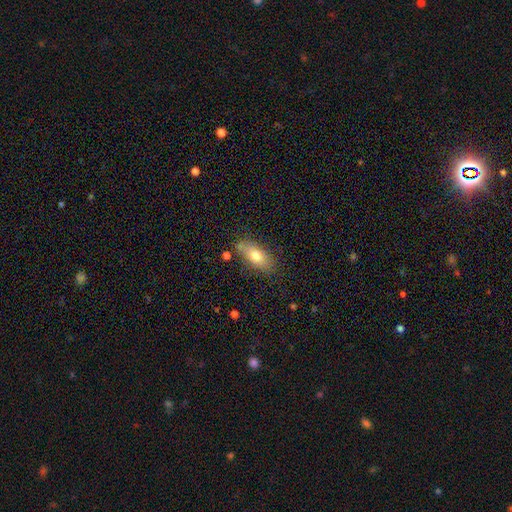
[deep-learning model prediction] smooth_or_featured: smooth (p=0.74) [alt: featured or disk p=0.18]
how_rounded: in between (p=0.85) [alt: cigar-shaped p=0.10]
merging: none (p=0.77) [alt: minor disturbance p=0.15]